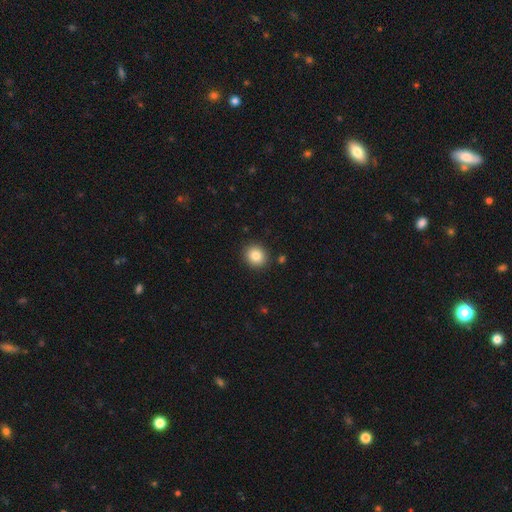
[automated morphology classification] The model was most divided on "how rounded": round: 78%, in between: 21%, cigar-shaped: 1%. More confident: merging — none (90%); smooth or featured — smooth (84%).